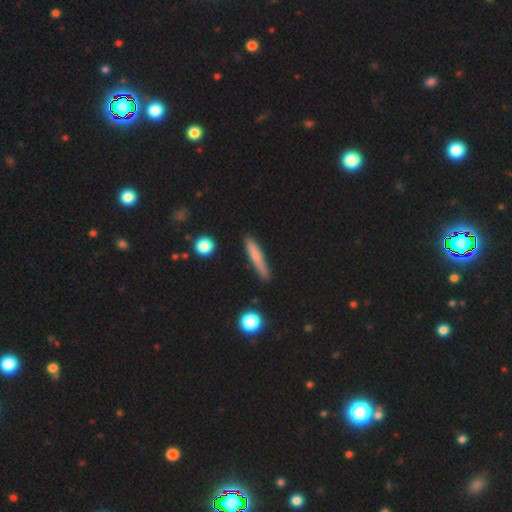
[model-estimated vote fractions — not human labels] A smooth galaxy with no disk features (69%) that is cigar-shaped (91%).

Vote fractions:
- Smooth or featured? smooth: 69% / featured or disk: 24% / star or artifact: 7%
- How rounded? cigar-shaped: 91% / in between: 7% / round: 2%
- Merging? none: 82% / minor disturbance: 13% / merger: 3% / major disturbance: 2%